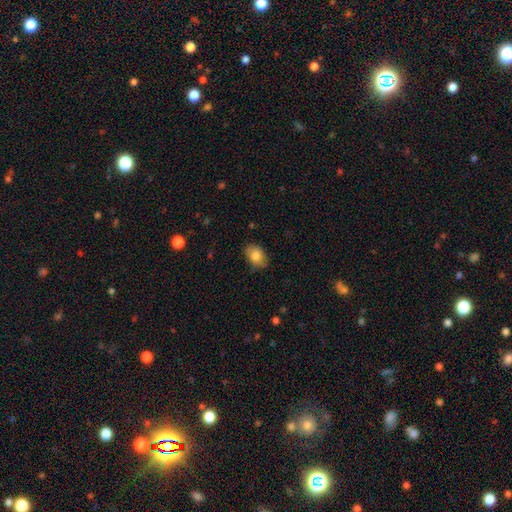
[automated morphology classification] smooth_or_featured: smooth (p=0.83) [alt: featured or disk p=0.10]
how_rounded: in between (p=0.80) [alt: round p=0.18]
merging: none (p=0.82) [alt: minor disturbance p=0.15]